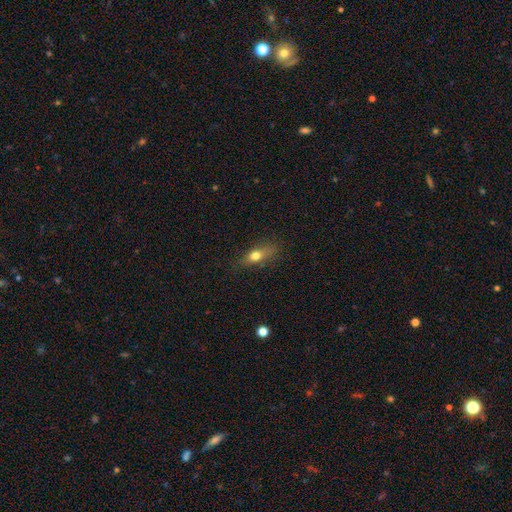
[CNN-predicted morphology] type=smooth (70%); roundness=in between (62%); merging=none (69%).